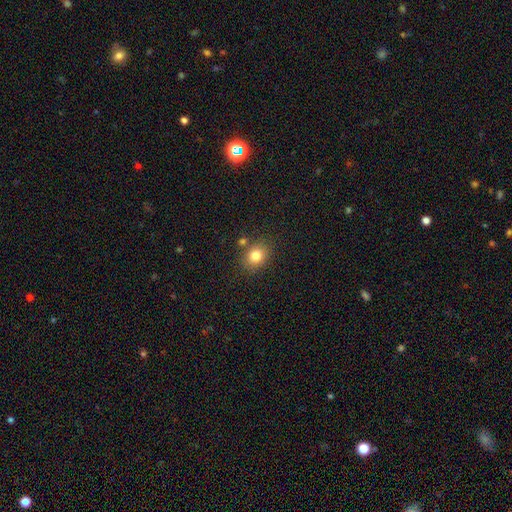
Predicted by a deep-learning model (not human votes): A smooth galaxy with no disk features (81%) that is round (59%). Merging: none (78%).